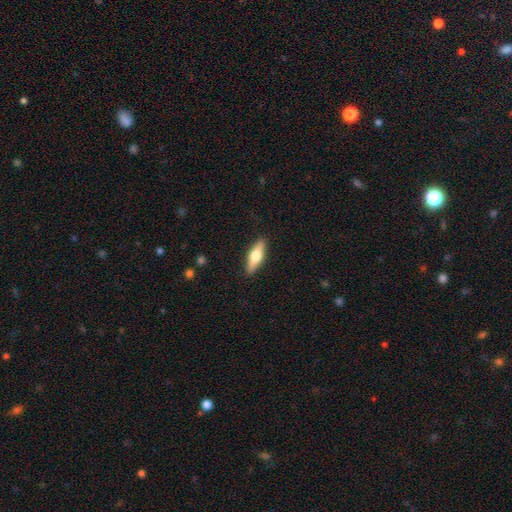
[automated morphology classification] Smooth or featured? Predicted: smooth (p=0.51). How rounded? Predicted: cigar-shaped (p=0.52). Merging? Predicted: none (p=0.89).